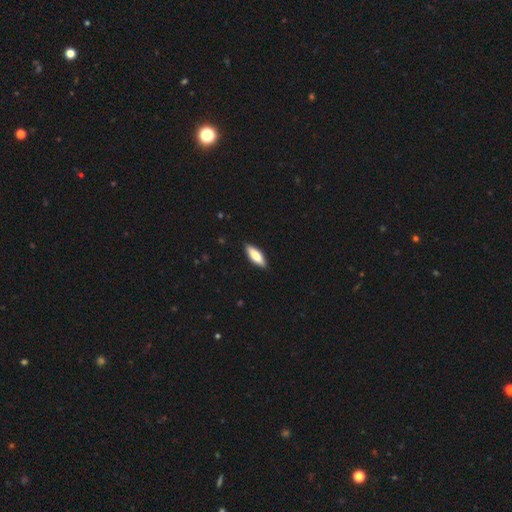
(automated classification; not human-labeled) Morphology: type=smooth (79%); roundness=in between (60%); merging=none (89%).